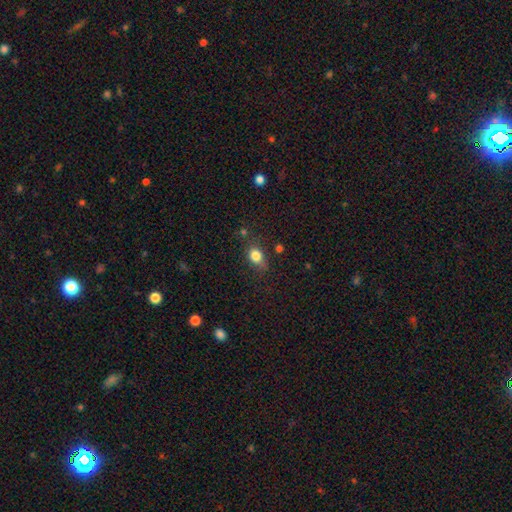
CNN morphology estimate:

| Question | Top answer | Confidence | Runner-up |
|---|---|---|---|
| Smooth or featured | smooth | 83% | star or artifact (10%) |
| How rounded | in between | 56% | round (42%) |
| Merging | none | 68% | minor disturbance (22%) |